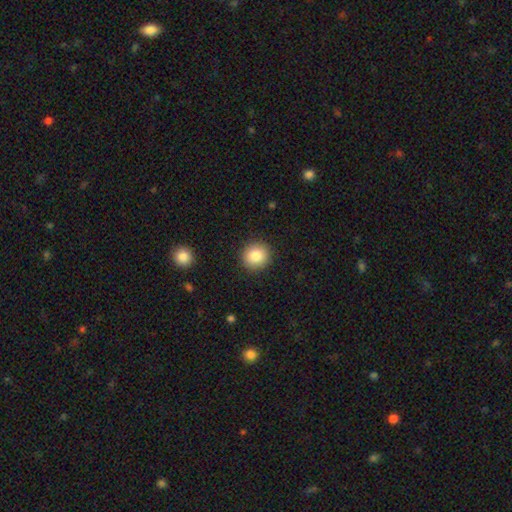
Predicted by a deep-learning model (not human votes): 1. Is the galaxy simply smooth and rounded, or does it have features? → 85% smooth, 9% star or artifact, 6% featured or disk.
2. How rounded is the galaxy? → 92% round, 7% in between, 1% cigar-shaped.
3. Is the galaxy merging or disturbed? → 91% none, 6% minor disturbance, 2% major disturbance, 1% merger.